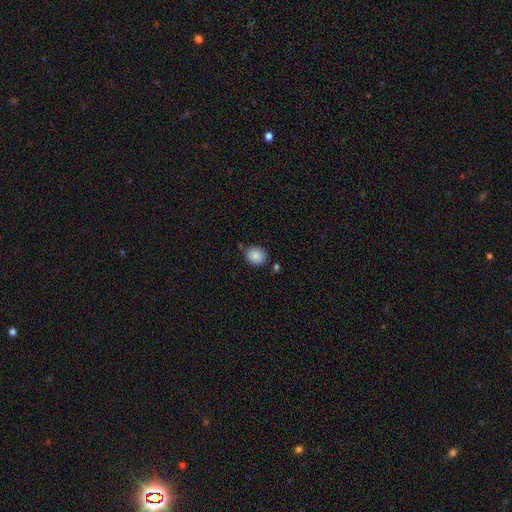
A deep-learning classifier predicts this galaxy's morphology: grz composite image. It shows a smooth galaxy with no disk features (87%) that is round (59%). Merging: none (77%).